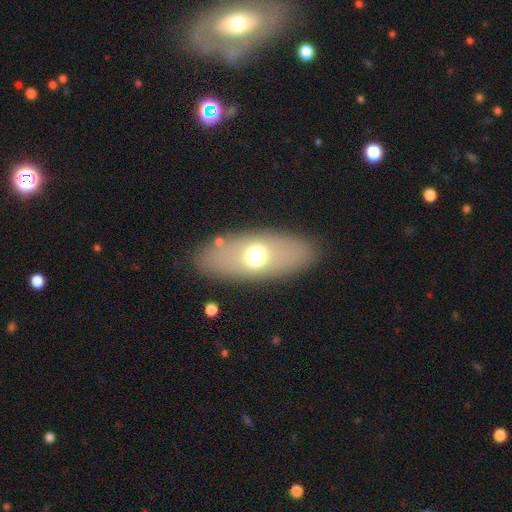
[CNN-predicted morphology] smooth_or_featured: smooth (p=0.60) [alt: featured or disk p=0.30]
how_rounded: in between (p=0.79) [alt: cigar-shaped p=0.12]
merging: none (p=0.83) [alt: minor disturbance p=0.09]